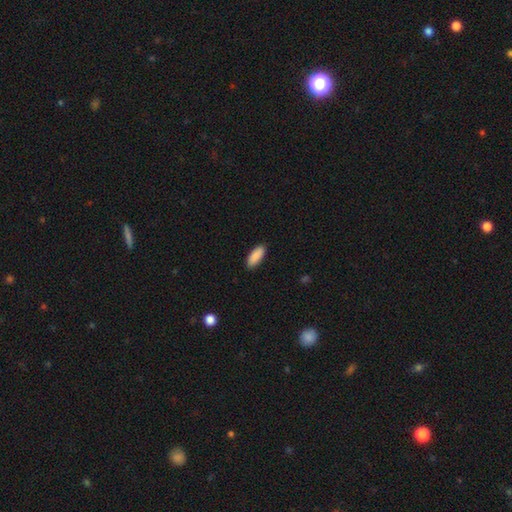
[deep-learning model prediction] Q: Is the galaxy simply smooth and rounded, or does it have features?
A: smooth — 90%.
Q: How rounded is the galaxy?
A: in between — 77%.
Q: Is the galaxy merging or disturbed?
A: none — 89%.